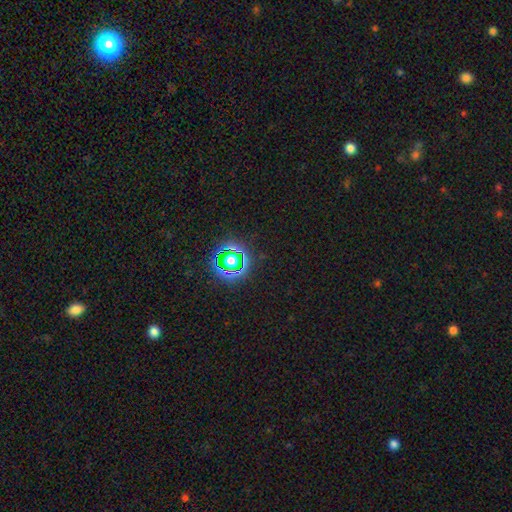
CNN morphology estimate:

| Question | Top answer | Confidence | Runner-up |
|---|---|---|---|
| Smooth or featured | star or artifact | 81% | smooth (14%) |